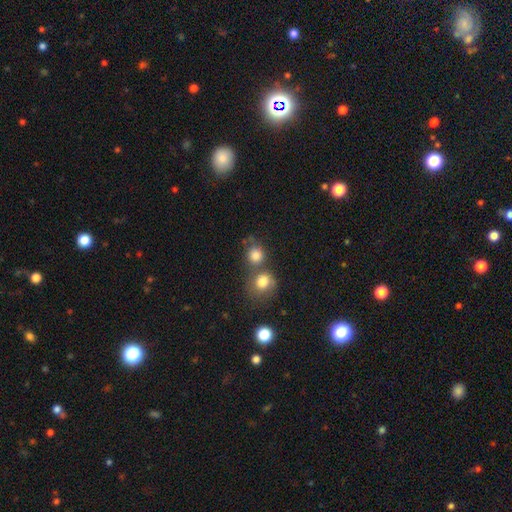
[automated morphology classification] A smooth galaxy with no disk features (80%) that is round (85%).

Vote fractions:
- Smooth or featured? smooth: 80% / star or artifact: 11% / featured or disk: 8%
- How rounded? round: 85% / in between: 14% / cigar-shaped: 1%
- Merging? none: 48% / merger: 38% / minor disturbance: 9% / major disturbance: 4%